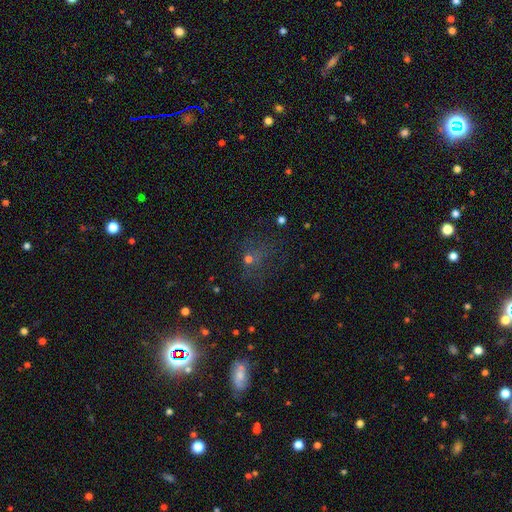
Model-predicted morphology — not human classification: A star or artifact, not a galaxy (50%).

Vote fractions:
- Smooth or featured? star or artifact: 50% / smooth: 34% / featured or disk: 16%